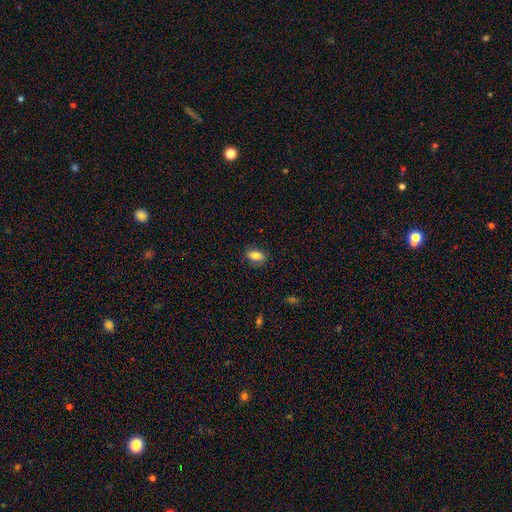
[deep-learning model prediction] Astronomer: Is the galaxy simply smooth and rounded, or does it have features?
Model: smooth — 76%.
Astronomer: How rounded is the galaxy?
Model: in between — 84%.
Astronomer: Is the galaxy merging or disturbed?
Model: none — 82%.